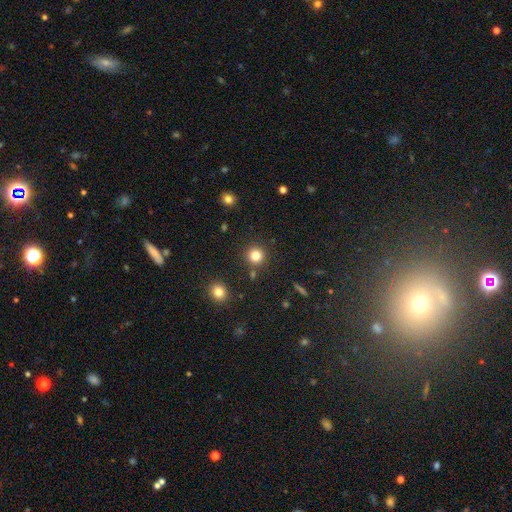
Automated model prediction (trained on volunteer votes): Smooth or featured? smooth (81%)
How rounded? round (94%)
Merging? none (87%)